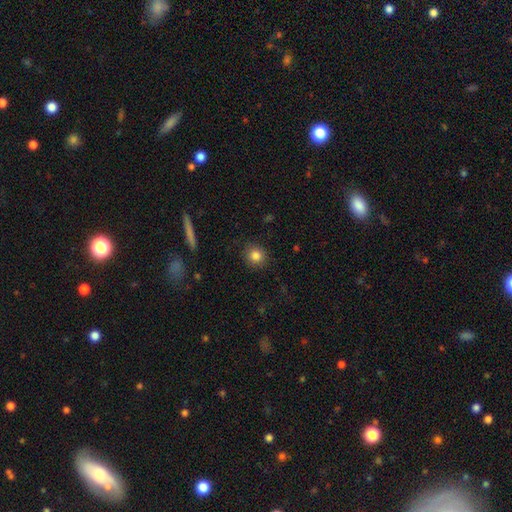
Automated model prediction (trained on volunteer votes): This is clearly a smooth galaxy (83%). How rounded: clearly round (90%). Merging: clearly none (89%).